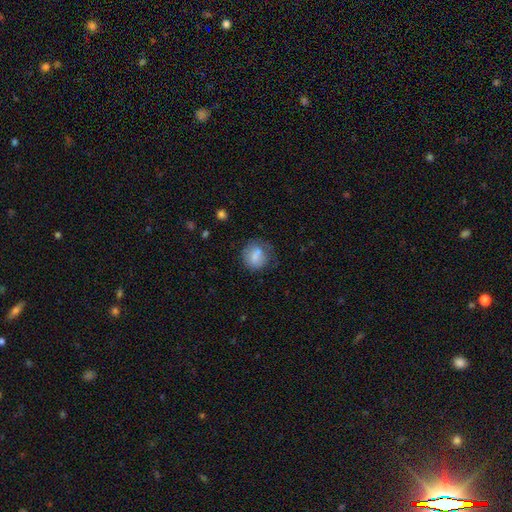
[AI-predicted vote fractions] smooth 76%, featured or disk 16%, star or artifact 9%. Down the decision tree: how rounded — round (73%); merging — none (55%).